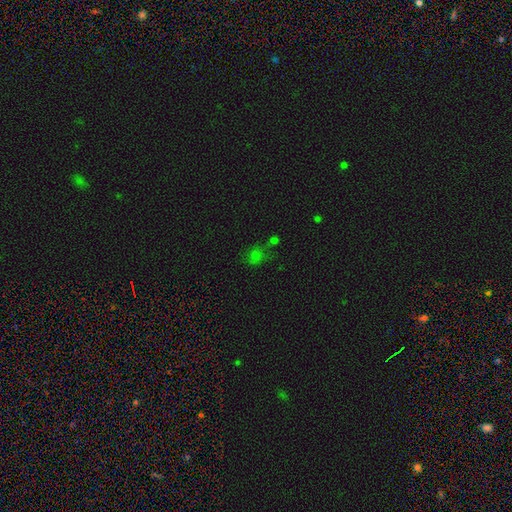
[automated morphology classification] smooth 54%, star or artifact 37%, featured or disk 9%. Down the decision tree: how rounded — round (70%); merging — none (59%).